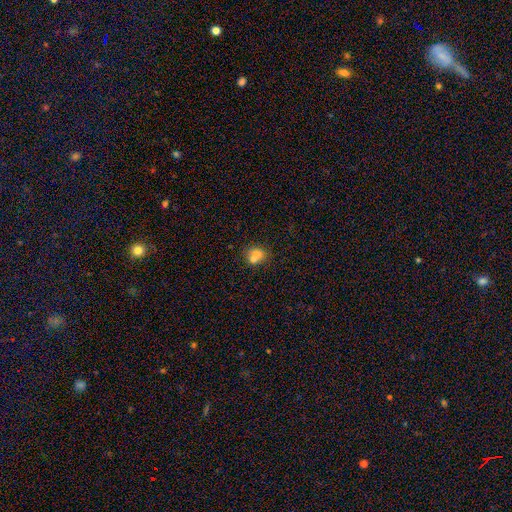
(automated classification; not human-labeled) Smooth or featured?
  - smooth: 70% *
  - featured or disk: 18%
  - star or artifact: 12%
How rounded?
  - round: 69% *
  - in between: 30%
  - cigar-shaped: 1%
Merging?
  - merger: 50% *
  - none: 38%
  - minor disturbance: 8%
  - major disturbance: 3%